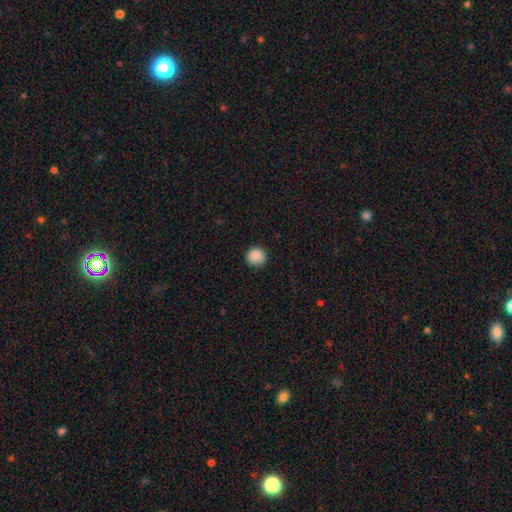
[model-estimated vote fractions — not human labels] Smooth or featured? smooth (88%)
How rounded? round (91%)
Merging? none (85%)